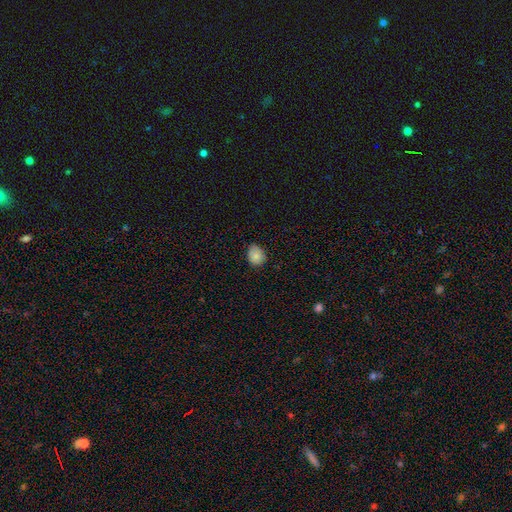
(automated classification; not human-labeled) A smooth galaxy with no disk features (83%) that is round (58%). Merging: none (64%).